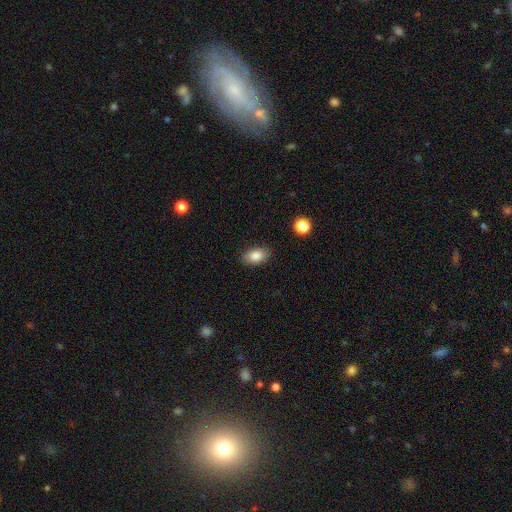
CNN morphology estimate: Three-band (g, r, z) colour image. It shows a smooth galaxy with no disk features (86%) that is in between round and cigar-shaped (89%). Merging: none (86%).